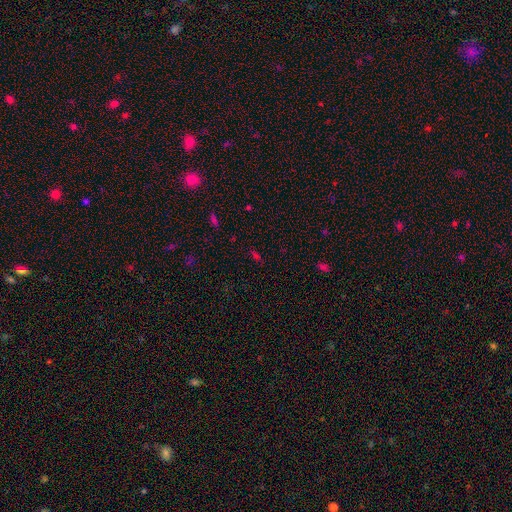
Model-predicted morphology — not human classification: star or artifact 46%, smooth 45%, featured or disk 9%.